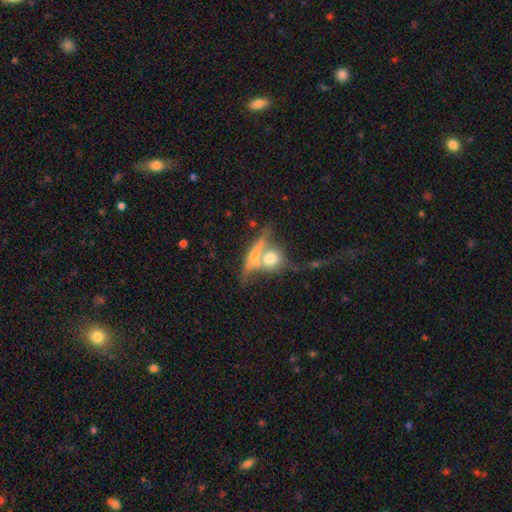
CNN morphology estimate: featured or disk 49%, smooth 40%, star or artifact 11%. Down the decision tree: merging — merger (46%).